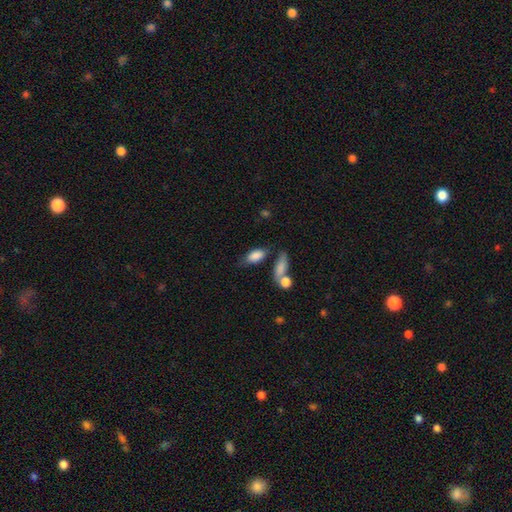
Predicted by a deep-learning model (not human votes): Q: Smooth or featured?
A: smooth (83%); runner-up: featured or disk (10%)
Q: How rounded?
A: in between (87%); runner-up: cigar-shaped (9%)
Q: Merging?
A: none (54%); runner-up: minor disturbance (20%)